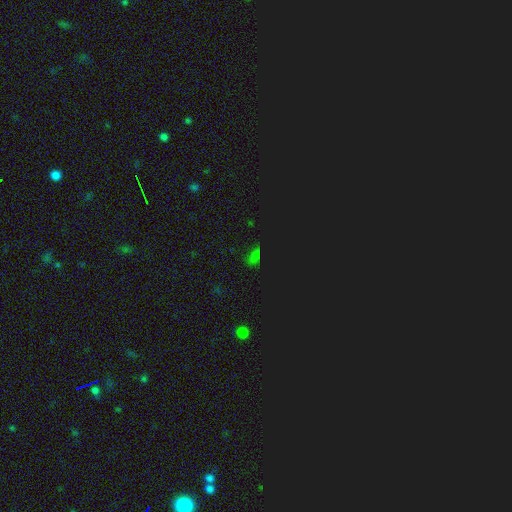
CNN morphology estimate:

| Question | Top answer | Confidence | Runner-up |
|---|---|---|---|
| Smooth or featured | star or artifact | 66% | smooth (27%) |